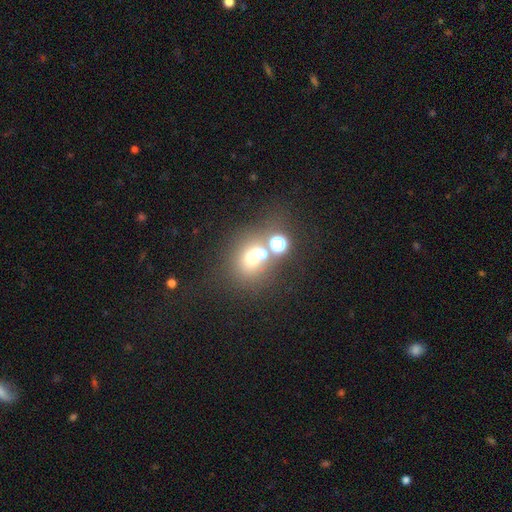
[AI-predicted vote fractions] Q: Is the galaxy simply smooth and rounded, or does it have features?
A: smooth — 57%.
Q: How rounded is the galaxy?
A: round — 76%.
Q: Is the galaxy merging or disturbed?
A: none — 48%.